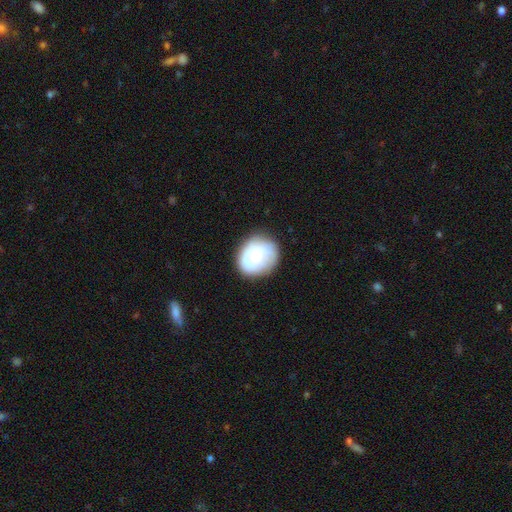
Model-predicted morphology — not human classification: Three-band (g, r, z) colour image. It shows a smooth galaxy with no disk features (48%). Merging: none (72%).